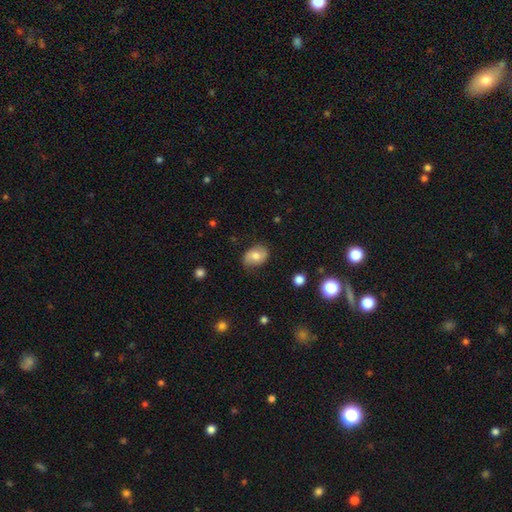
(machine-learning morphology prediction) This is possibly a smooth galaxy (60%). How rounded: likely in between (74%). Merging: likely none (76%).